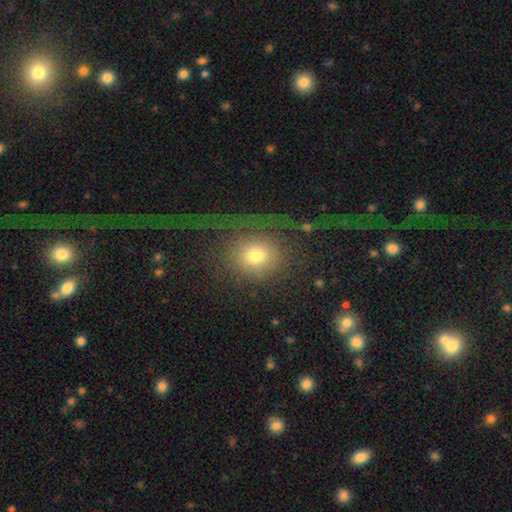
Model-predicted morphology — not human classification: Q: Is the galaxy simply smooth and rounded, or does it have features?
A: smooth — 61%.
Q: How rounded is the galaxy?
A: round — 71%.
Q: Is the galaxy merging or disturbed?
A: none — 54%.